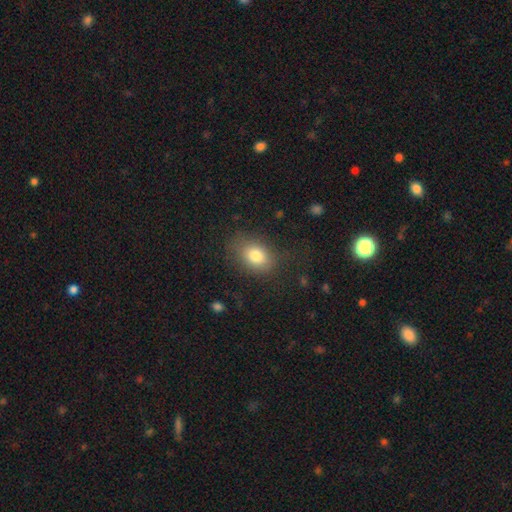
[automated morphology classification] A smooth galaxy with no disk features (80%) that is in between round and cigar-shaped (69%).

Vote fractions:
- Smooth or featured? smooth: 80% / featured or disk: 10% / star or artifact: 10%
- How rounded? in between: 69% / round: 30% / cigar-shaped: 1%
- Merging? none: 75% / minor disturbance: 16% / major disturbance: 8% / merger: 1%